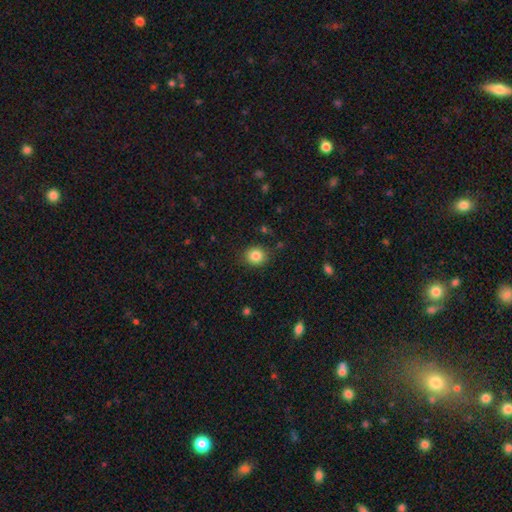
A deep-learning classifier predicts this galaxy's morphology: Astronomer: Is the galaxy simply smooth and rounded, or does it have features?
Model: smooth — 84%.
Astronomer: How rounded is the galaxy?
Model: round — 76%.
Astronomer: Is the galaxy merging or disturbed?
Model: none — 86%.